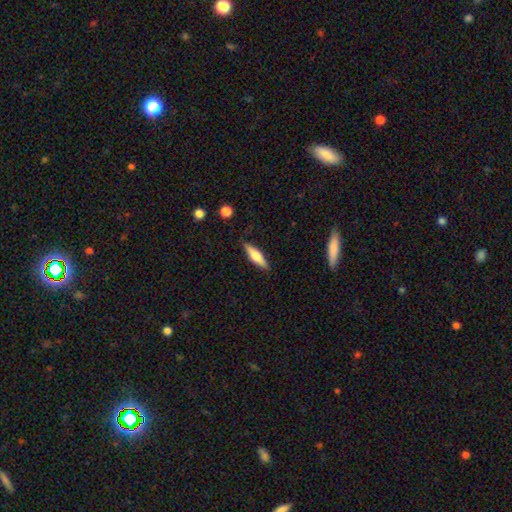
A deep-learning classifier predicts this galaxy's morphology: Smooth or featured?
  - smooth: 59% *
  - featured or disk: 35%
  - star or artifact: 6%
How rounded?
  - cigar-shaped: 68% *
  - in between: 30%
  - round: 2%
Merging?
  - none: 86% *
  - minor disturbance: 10%
  - major disturbance: 2%
  - merger: 1%